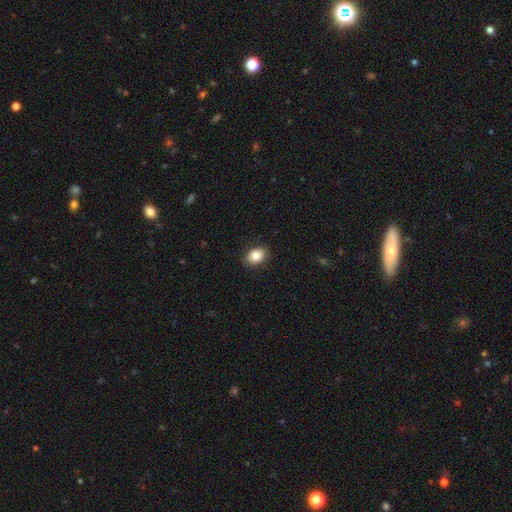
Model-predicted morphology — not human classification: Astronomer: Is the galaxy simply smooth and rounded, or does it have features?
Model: smooth — 83%.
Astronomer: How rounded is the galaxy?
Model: in between — 70%.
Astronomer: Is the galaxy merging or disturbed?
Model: none — 88%.